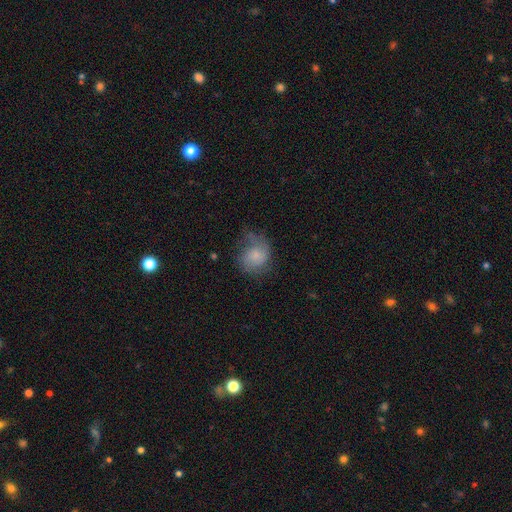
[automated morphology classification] This appears to be a smooth galaxy with no disk features (53%) that is round (67%). Merging: none (42%).